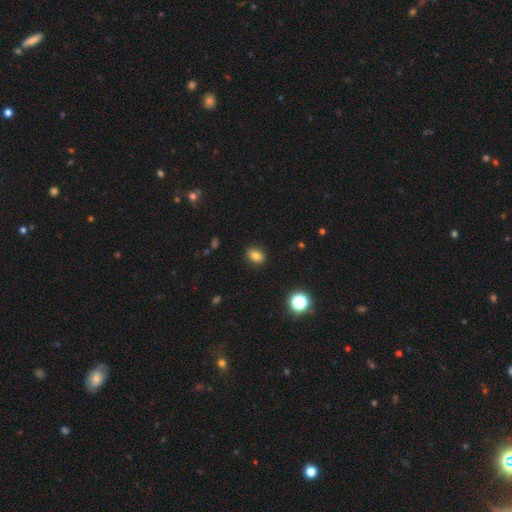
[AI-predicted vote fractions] A smooth galaxy with no disk features (80%) that is in between round and cigar-shaped (72%).

Vote fractions:
- Smooth or featured? smooth: 80% / star or artifact: 13% / featured or disk: 7%
- How rounded? in between: 72% / round: 27% / cigar-shaped: 1%
- Merging? none: 88% / minor disturbance: 8% / major disturbance: 2% / merger: 1%